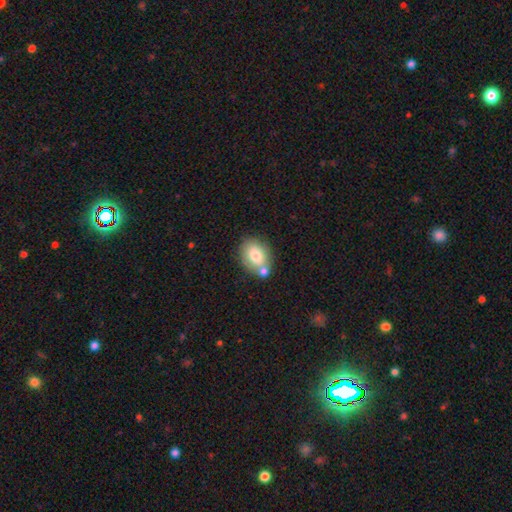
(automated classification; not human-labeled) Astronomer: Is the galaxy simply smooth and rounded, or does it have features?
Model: smooth — 73%.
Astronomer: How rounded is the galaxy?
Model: in between — 67%.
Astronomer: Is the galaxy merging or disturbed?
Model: none — 57%.